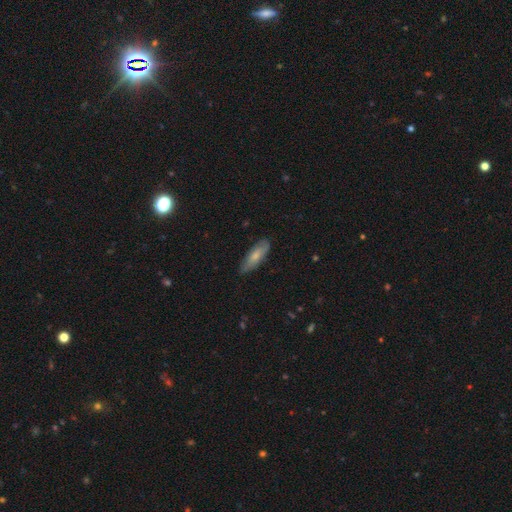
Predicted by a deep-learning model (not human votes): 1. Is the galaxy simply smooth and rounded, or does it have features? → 65% smooth, 29% featured or disk, 6% star or artifact.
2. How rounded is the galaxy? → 58% in between, 40% cigar-shaped, 2% round.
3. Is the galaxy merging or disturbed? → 74% none, 21% minor disturbance, 4% major disturbance, 1% merger.